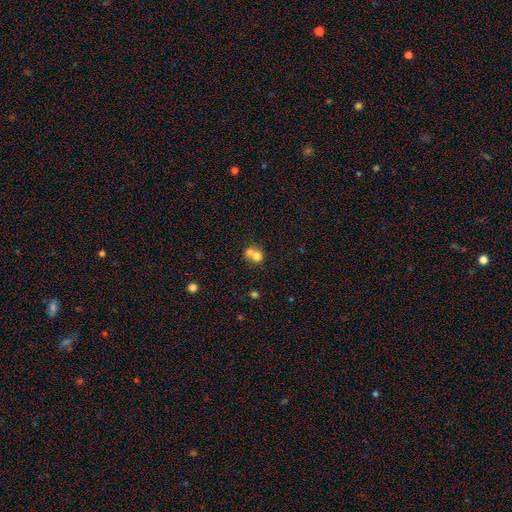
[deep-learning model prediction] Overall: smooth (71%). How rounded: round (75%). Merging: merger (66%; none 26%).